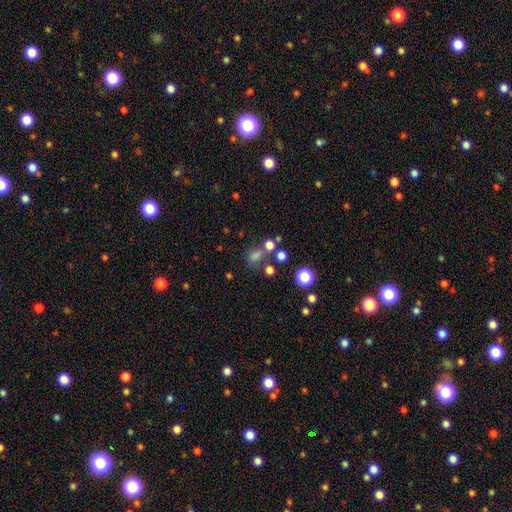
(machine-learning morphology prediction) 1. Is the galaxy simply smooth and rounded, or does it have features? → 61% smooth, 29% star or artifact, 10% featured or disk.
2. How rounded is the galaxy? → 56% round, 42% in between, 2% cigar-shaped.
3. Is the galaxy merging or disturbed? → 56% none, 22% merger, 13% minor disturbance, 9% major disturbance.